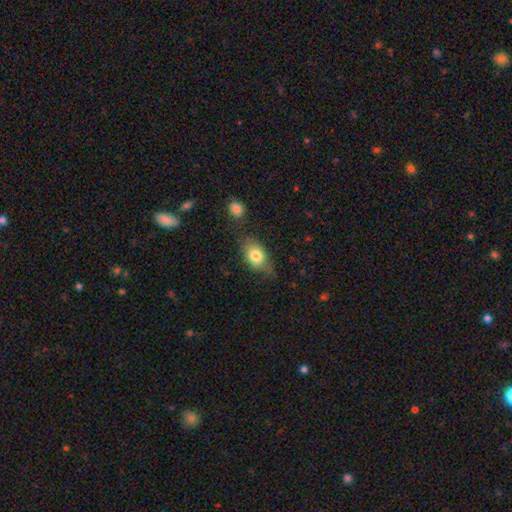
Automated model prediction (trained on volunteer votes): This appears to be a smooth galaxy with no disk features (78%) that is in between round and cigar-shaped (76%). Merging: none (61%).